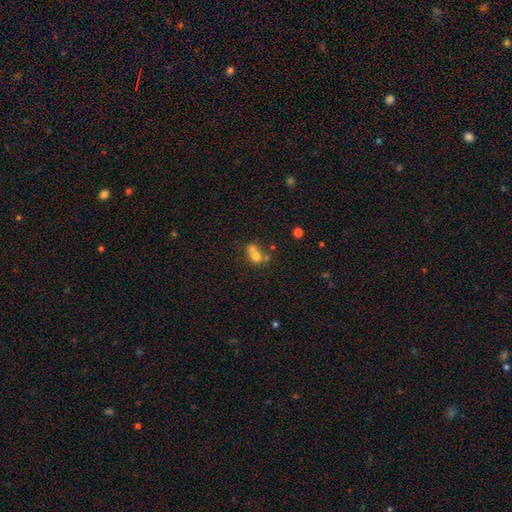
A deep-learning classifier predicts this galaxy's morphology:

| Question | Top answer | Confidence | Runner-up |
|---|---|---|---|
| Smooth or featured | smooth | 67% | featured or disk (20%) |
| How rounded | round | 61% | in between (37%) |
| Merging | merger | 56% | none (29%) |